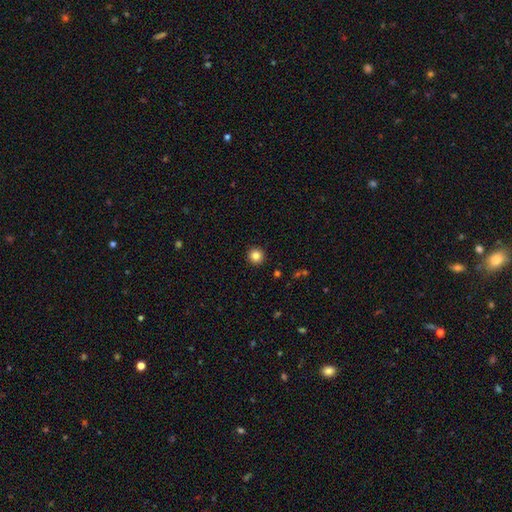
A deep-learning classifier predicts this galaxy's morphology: This appears to be a smooth galaxy with no disk features (84%) that is round (96%). Merging: none (93%).